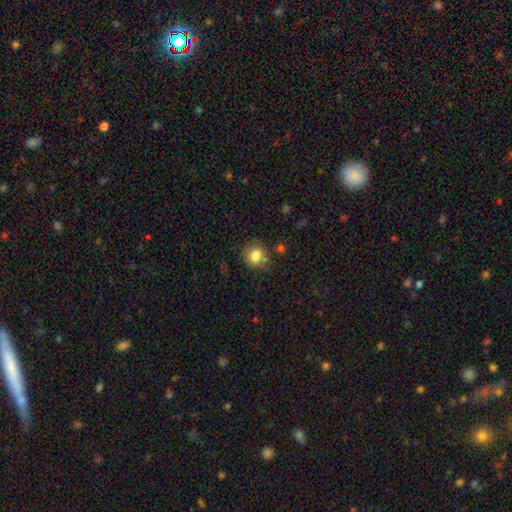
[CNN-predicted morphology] This is clearly a smooth galaxy (82%). How rounded: clearly round (84%). Merging: likely none (79%).